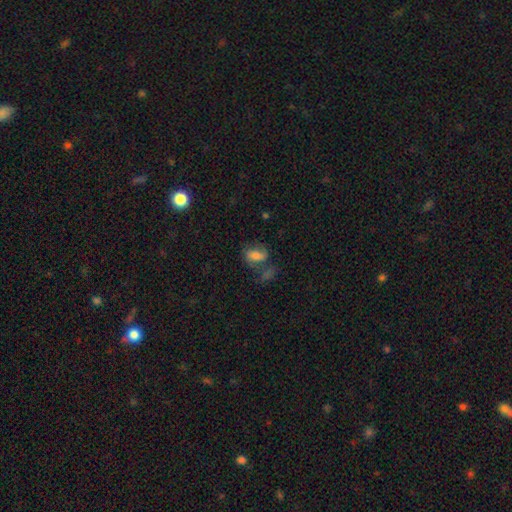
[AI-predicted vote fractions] A smooth galaxy with no disk features (60%) that is in between round and cigar-shaped (84%). Merging: none (36%).